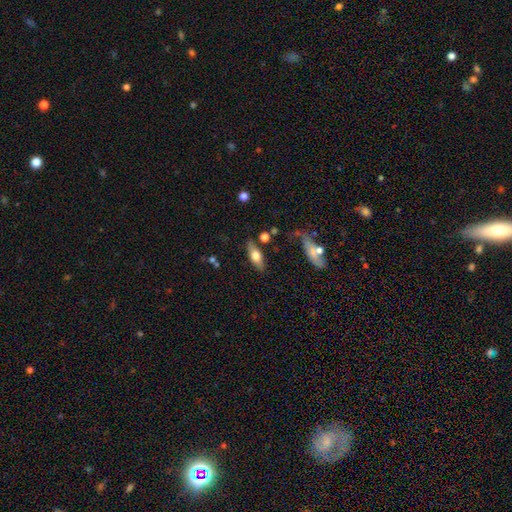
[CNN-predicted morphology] smooth_or_featured: smooth (p=0.58) [alt: featured or disk p=0.35]
how_rounded: in between (p=0.70) [alt: cigar-shaped p=0.27]
merging: none (p=0.77) [alt: minor disturbance p=0.15]